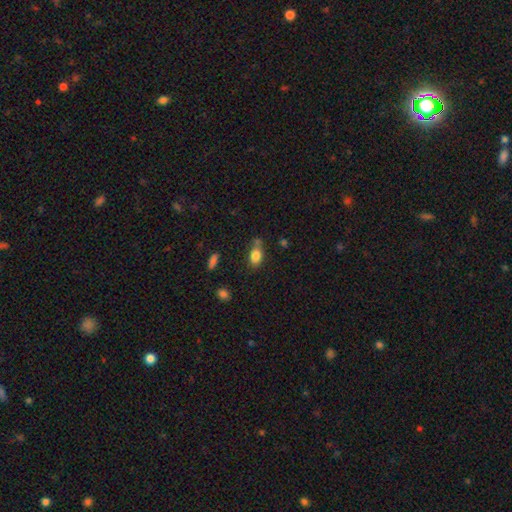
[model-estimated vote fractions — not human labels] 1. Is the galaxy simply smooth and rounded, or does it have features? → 82% smooth, 9% star or artifact, 9% featured or disk.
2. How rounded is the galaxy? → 82% in between, 13% round, 5% cigar-shaped.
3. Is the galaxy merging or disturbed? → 55% none, 25% minor disturbance, 13% merger, 7% major disturbance.